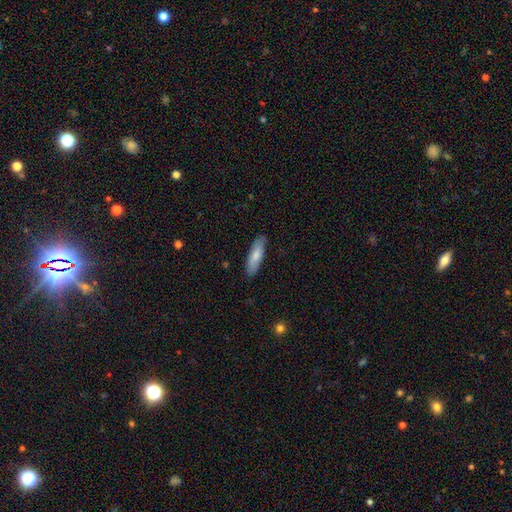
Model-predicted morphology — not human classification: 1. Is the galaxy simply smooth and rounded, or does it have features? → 77% smooth, 18% featured or disk, 5% star or artifact.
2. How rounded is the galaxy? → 63% cigar-shaped, 35% in between, 1% round.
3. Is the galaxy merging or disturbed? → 86% none, 11% minor disturbance, 2% major disturbance, 1% merger.